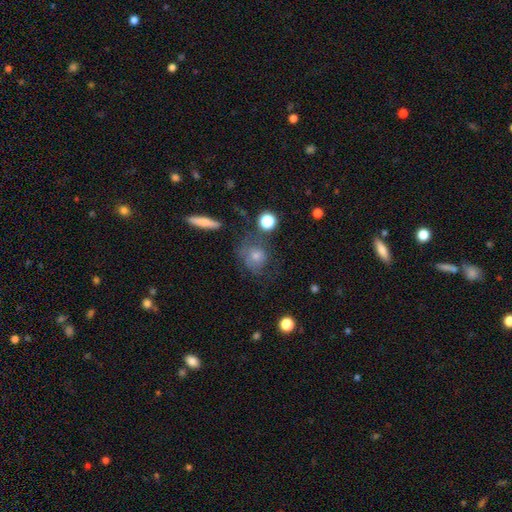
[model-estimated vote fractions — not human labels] Smooth or featured: smooth — 48% (featured or disk — 37%)
Merging: none — 57% (minor disturbance — 21%)